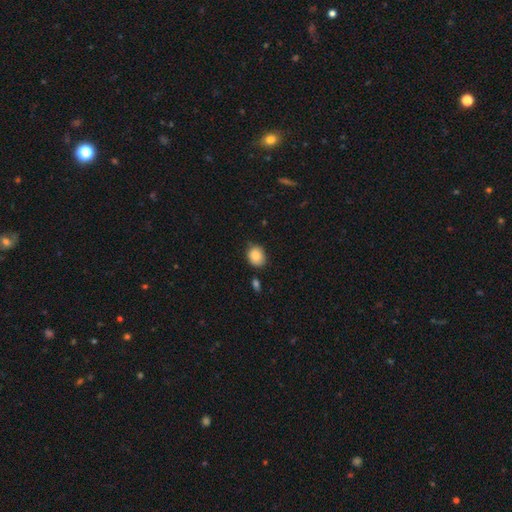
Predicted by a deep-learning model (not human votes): Smooth or featured? smooth (87%)
How rounded? round (57%)
Merging? none (73%)